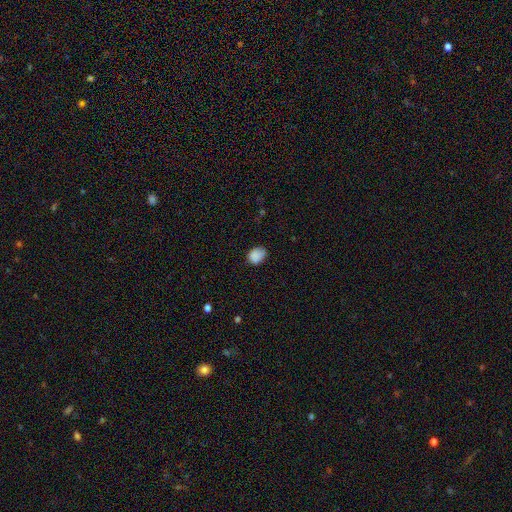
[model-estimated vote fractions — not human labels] Smooth or featured? smooth (86%)
How rounded? in between (63%)
Merging? none (64%)